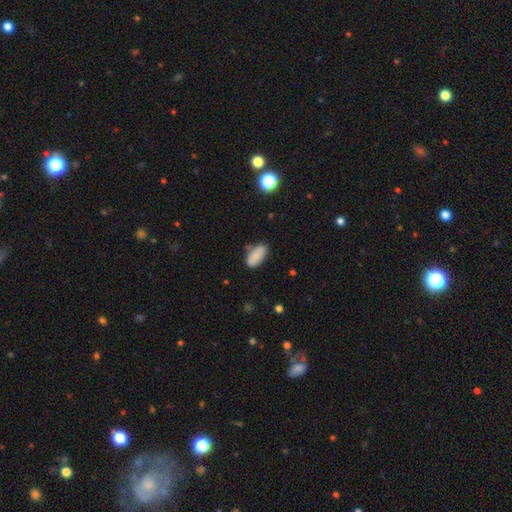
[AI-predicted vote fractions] smooth 84%, featured or disk 8%, star or artifact 8%. Down the decision tree: how rounded — in between (92%); merging — none (66%).